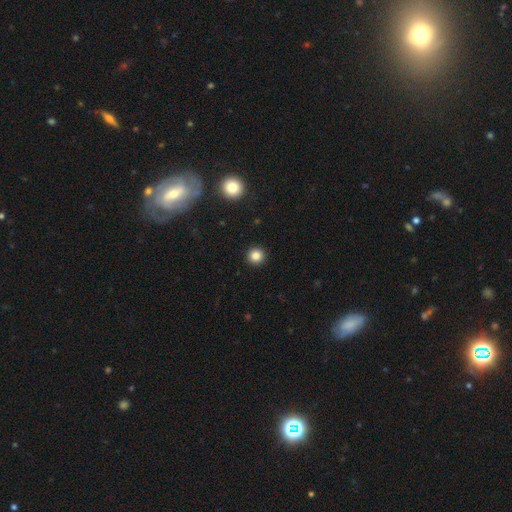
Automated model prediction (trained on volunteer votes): Morphology: type=smooth (84%); roundness=round (95%); merging=none (93%).